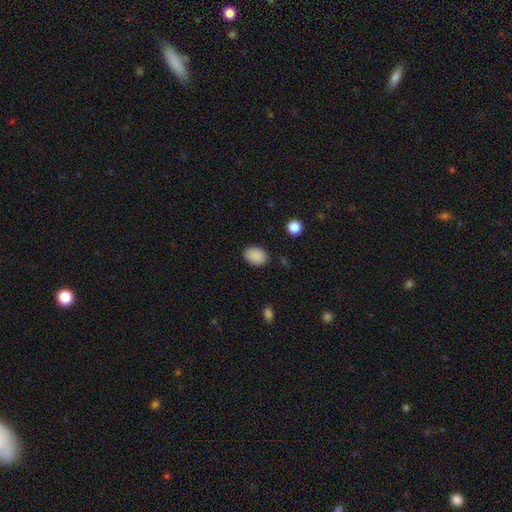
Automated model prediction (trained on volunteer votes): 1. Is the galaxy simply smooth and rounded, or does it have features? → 89% smooth, 8% star or artifact, 3% featured or disk.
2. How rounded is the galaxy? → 77% in between, 22% round, 1% cigar-shaped.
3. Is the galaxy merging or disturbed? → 84% none, 12% minor disturbance, 3% major disturbance, 2% merger.